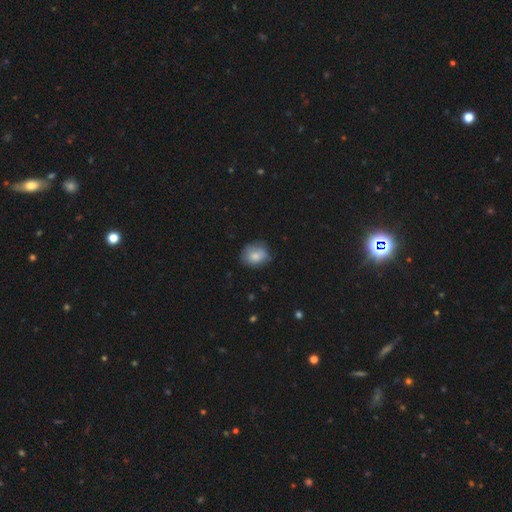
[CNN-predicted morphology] Smooth or featured? smooth (80%)
How rounded? round (54%)
Merging? none (66%)